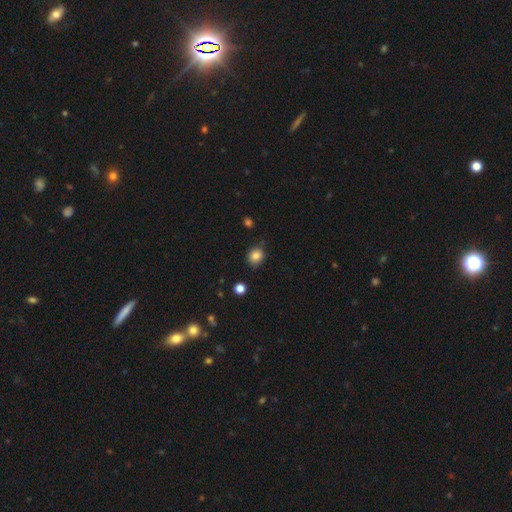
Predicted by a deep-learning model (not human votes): A smooth galaxy with no disk features (85%) that is round (67%). Merging: none (80%).